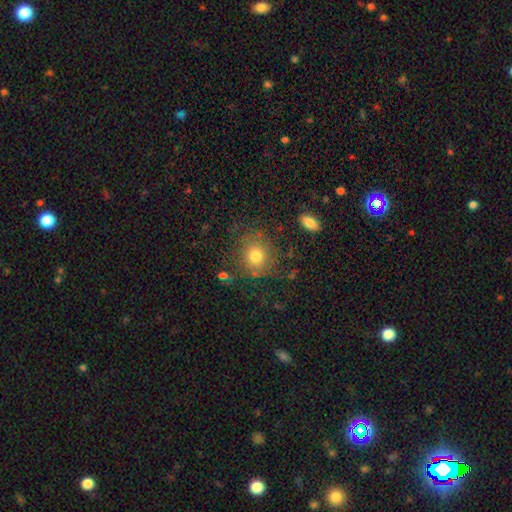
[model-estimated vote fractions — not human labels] smooth 70%, featured or disk 17%, star or artifact 13%. Down the decision tree: how rounded — round (77%); merging — none (71%).